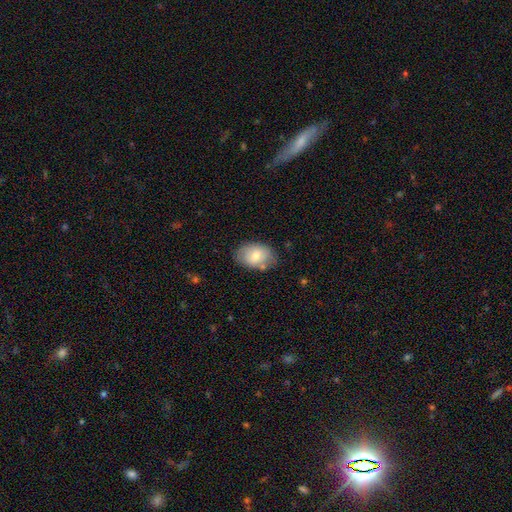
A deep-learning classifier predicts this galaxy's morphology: smooth 71%, featured or disk 22%, star or artifact 7%. Down the decision tree: how rounded — in between (86%); merging — none (73%).